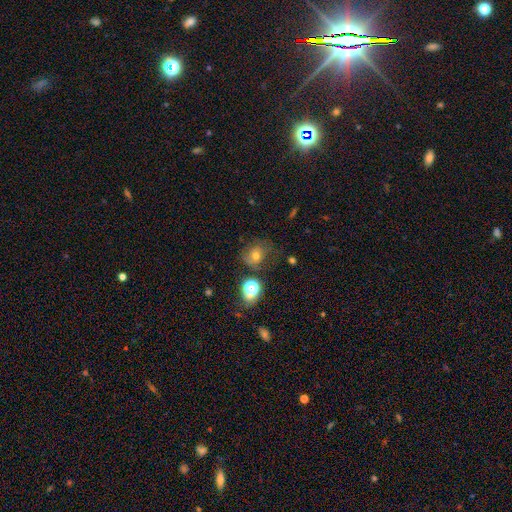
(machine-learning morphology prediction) This appears to be a smooth galaxy with no disk features (58%) that is round (67%). Merging: none (56%).